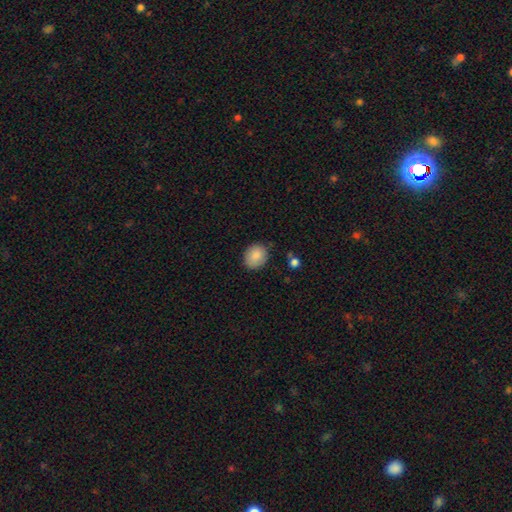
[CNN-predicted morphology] Smooth or featured? smooth (86%)
How rounded? round (62%)
Merging? none (83%)